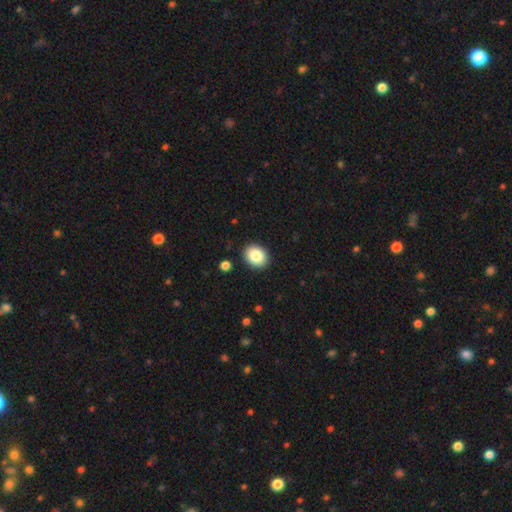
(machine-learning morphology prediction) Overall: smooth (85%). How rounded: in between (51%; round 49%). Merging: none (90%).